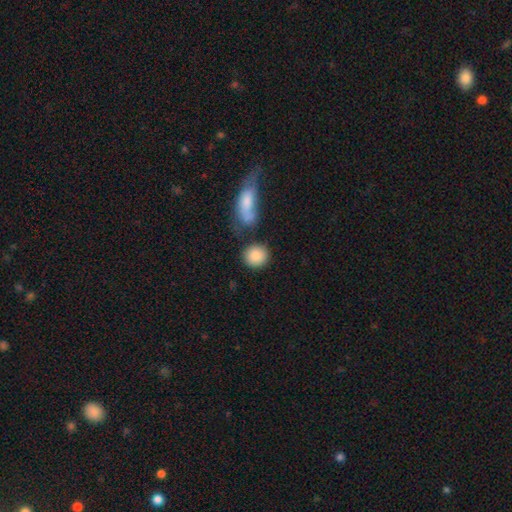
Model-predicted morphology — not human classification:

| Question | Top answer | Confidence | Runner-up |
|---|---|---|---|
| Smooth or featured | smooth | 87% | star or artifact (7%) |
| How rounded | round | 83% | in between (15%) |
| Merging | none | 71% | merger (14%) |